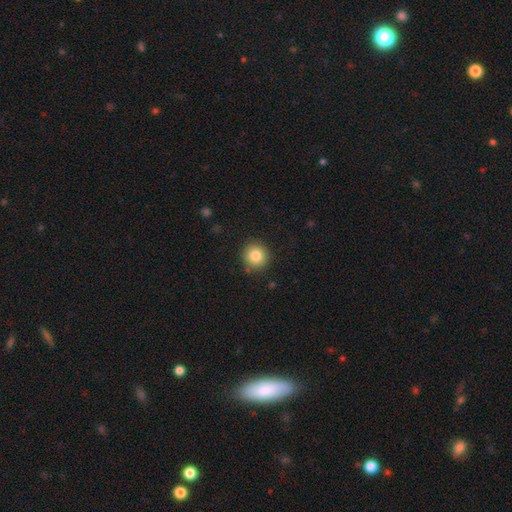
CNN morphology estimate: Smooth or featured? Predicted: smooth (p=0.83). How rounded? Predicted: round (p=0.92). Merging? Predicted: none (p=0.88).